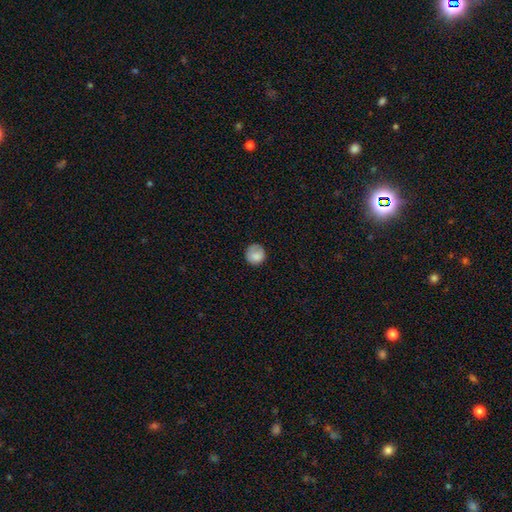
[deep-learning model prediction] smooth_or_featured: smooth (p=0.84) [alt: star or artifact p=0.08]
how_rounded: round (p=0.91) [alt: in between p=0.08]
merging: none (p=0.76) [alt: minor disturbance p=0.18]